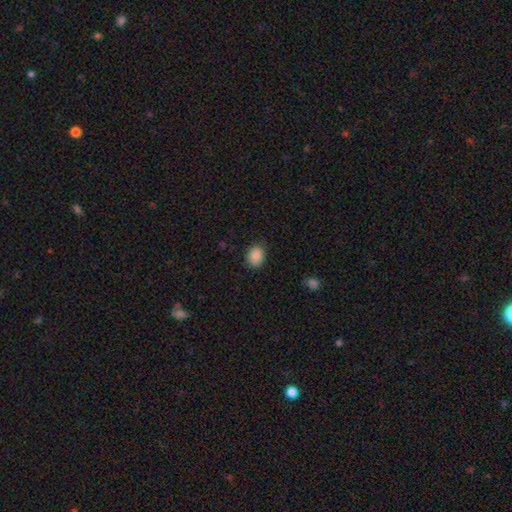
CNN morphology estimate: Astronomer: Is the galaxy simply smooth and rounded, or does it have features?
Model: smooth — 88%.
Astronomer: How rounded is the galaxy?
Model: round — 52% (runner-up: in between, 47%).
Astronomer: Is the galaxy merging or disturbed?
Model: none — 85%.